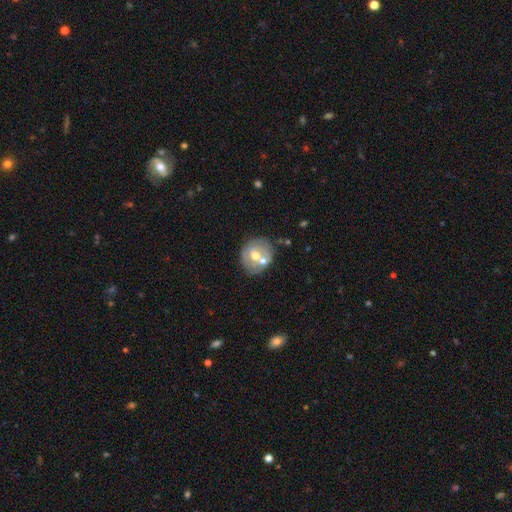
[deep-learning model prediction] A featured or disk galaxy (47%). Merging: none (56%).